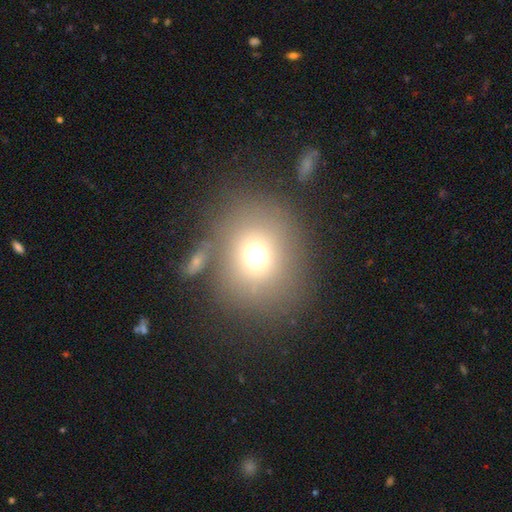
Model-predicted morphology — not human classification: Overall: smooth (70%). How rounded: round (70%). Merging: none (67%).